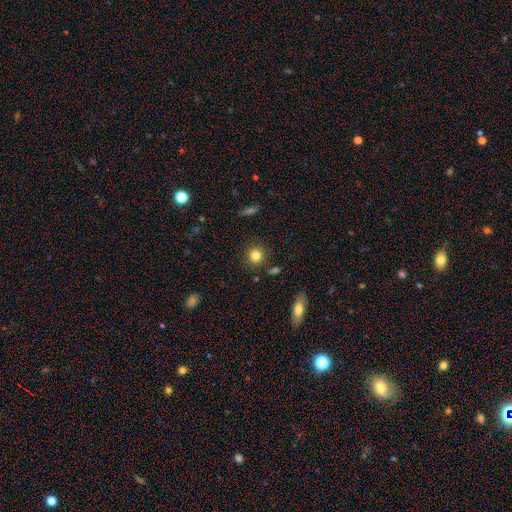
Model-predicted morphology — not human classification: This appears to be a smooth galaxy with no disk features (82%) that is round (90%). Merging: none (88%).